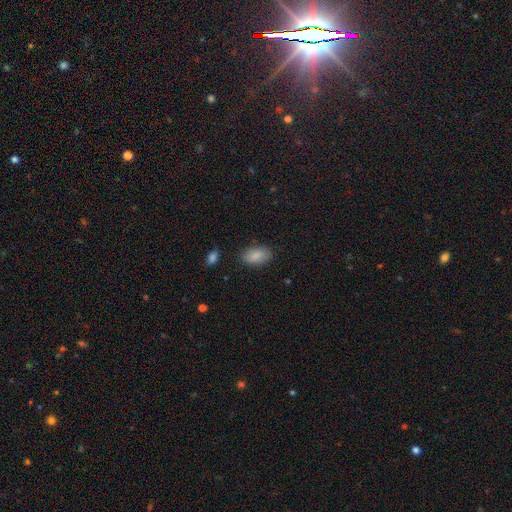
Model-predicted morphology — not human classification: Smooth or featured? smooth (88%)
How rounded? in between (93%)
Merging? none (84%)